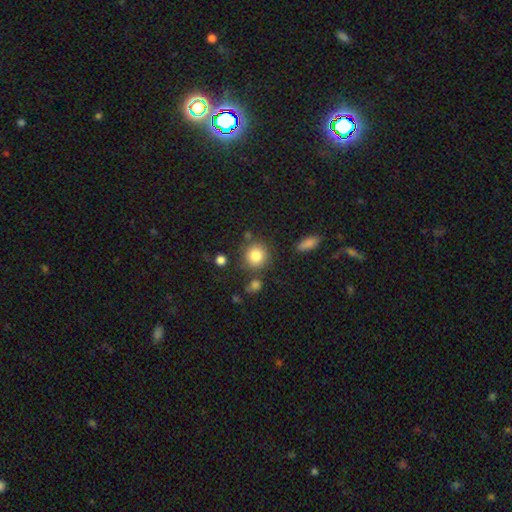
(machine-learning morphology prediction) smooth 84%, star or artifact 9%, featured or disk 7%. Down the decision tree: how rounded — round (88%); merging — none (78%).